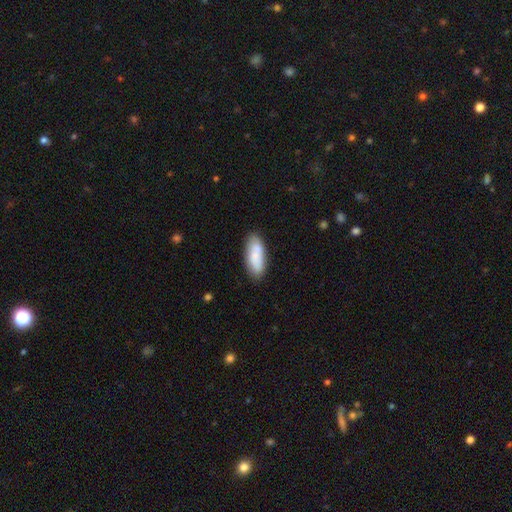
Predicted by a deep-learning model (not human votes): smooth 77%, featured or disk 17%, star or artifact 6%. Down the decision tree: how rounded — in between (79%); merging — none (76%).